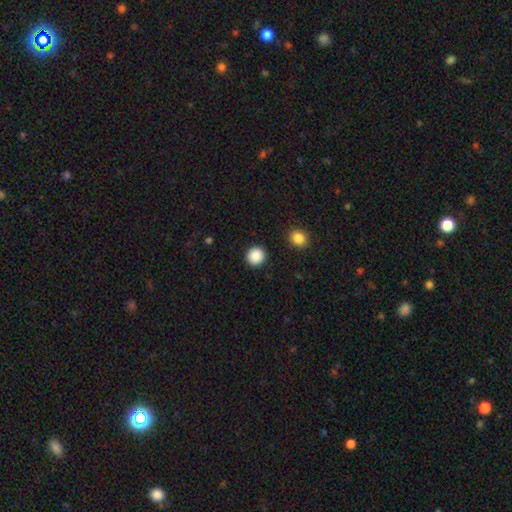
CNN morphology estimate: Q: Smooth or featured?
A: smooth (89%); runner-up: star or artifact (9%)
Q: How rounded?
A: round (93%); runner-up: in between (6%)
Q: Merging?
A: none (92%); runner-up: minor disturbance (5%)